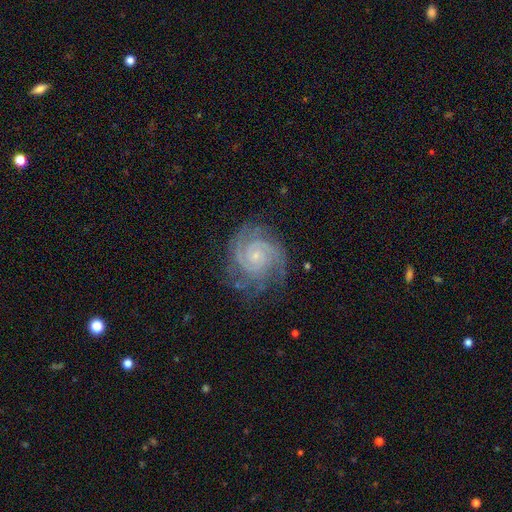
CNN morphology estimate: featured or disk 89%, star or artifact 6%, smooth 5%. Down the decision tree: edge-on disk — no (98%); bar — no (73%); spiral arms — yes (98%); spiral arm count — 2 (33%); spiral winding — tight (72%); bulge size — small (77%); merging — none (75%).